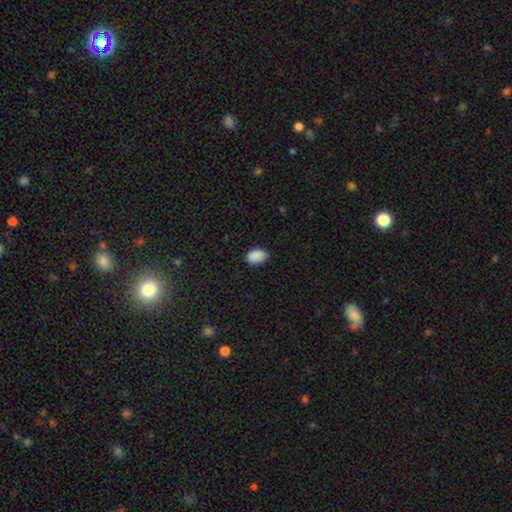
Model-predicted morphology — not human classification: A smooth galaxy with no disk features (89%) that is in between round and cigar-shaped (84%).

Vote fractions:
- Smooth or featured? smooth: 89% / star or artifact: 8% / featured or disk: 3%
- How rounded? in between: 84% / round: 15% / cigar-shaped: 1%
- Merging? none: 79% / minor disturbance: 17% / major disturbance: 3% / merger: 1%